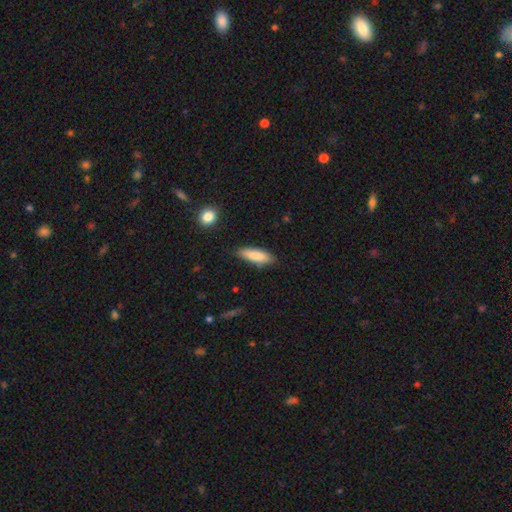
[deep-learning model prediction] smooth-or-featured: smooth: 85% | featured or disk: 9% | star or artifact: 6%
  how-rounded: in between: 49% (tied) | cigar-shaped: 49% (tied) | round: 2%
  merging: none: 83% | minor disturbance: 13% | major disturbance: 2% | merger: 2%